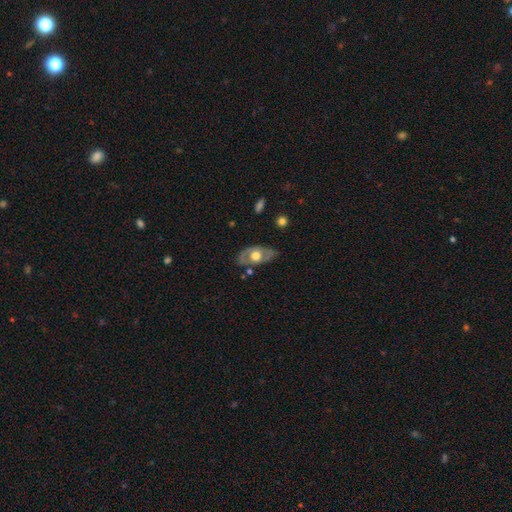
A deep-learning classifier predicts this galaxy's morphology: Overall: featured or disk (57%; smooth 37%). Edge-on disk: no (85%). Merging: none (73%).